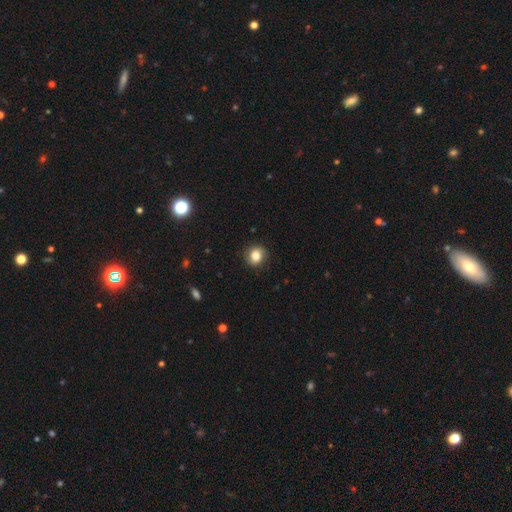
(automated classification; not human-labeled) smooth_or_featured: smooth (p=0.81) [alt: featured or disk p=0.10]
how_rounded: round (p=0.78) [alt: in between p=0.21]
merging: none (p=0.85) [alt: minor disturbance p=0.11]